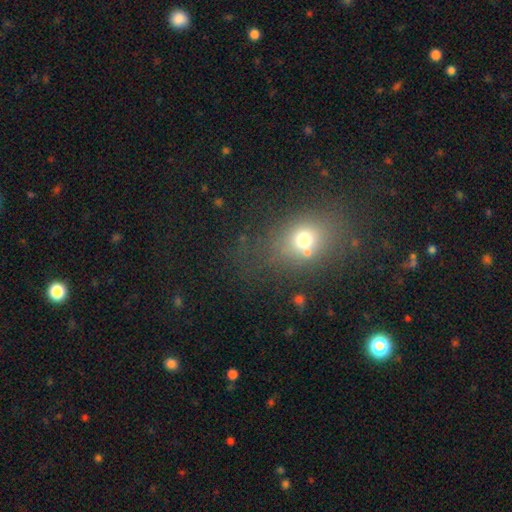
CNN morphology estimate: Smooth or featured? smooth (63%)
How rounded? in between (56%)
Merging? none (78%)